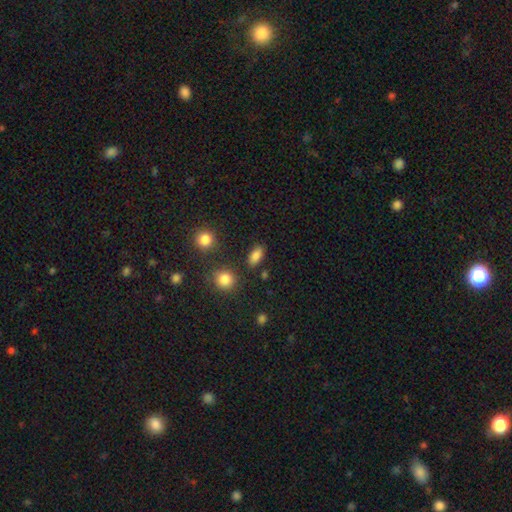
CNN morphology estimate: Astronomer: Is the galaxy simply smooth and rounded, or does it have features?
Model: smooth — 85%.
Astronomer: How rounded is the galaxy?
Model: in between — 85%.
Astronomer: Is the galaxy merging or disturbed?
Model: none — 83%.